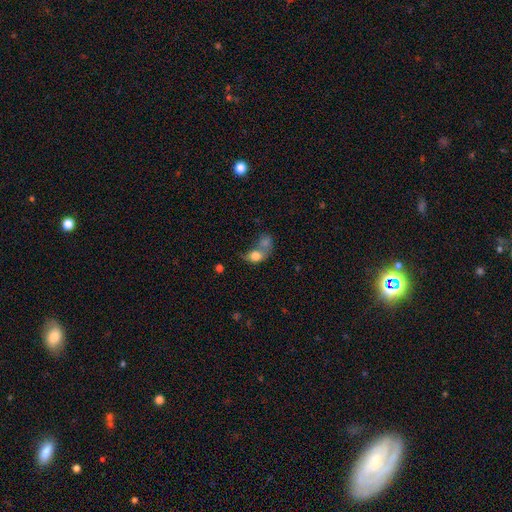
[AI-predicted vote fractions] The model was most divided on "how rounded": in between: 50%, round: 49%, cigar-shaped: 2%. More confident: smooth or featured — smooth (75%); merging — merger (64%).